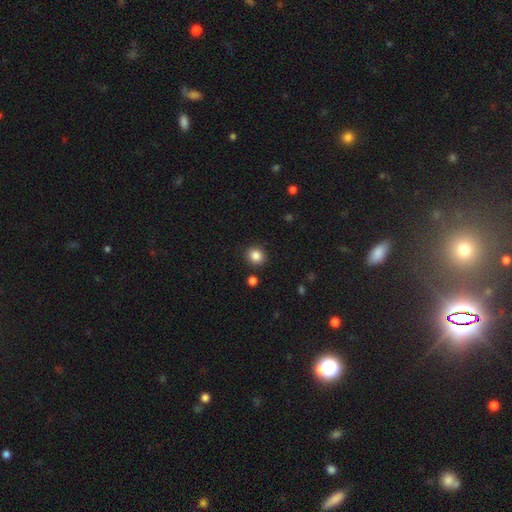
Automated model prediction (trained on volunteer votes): smooth_or_featured: smooth (p=0.86) [alt: star or artifact p=0.10]
how_rounded: round (p=0.85) [alt: in between p=0.14]
merging: none (p=0.89) [alt: minor disturbance p=0.07]